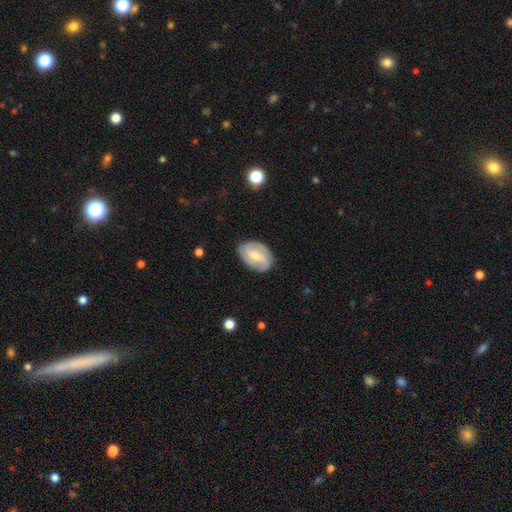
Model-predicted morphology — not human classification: Smooth or featured? featured or disk (65%)
Edge-on disk? no (96%)
Bar? weak (47%)
Spiral arms? yes (88%)
Spiral winding? medium (42%)
Spiral arm count? 2 (62%)
Bulge size? small (56%)
Merging? none (79%)